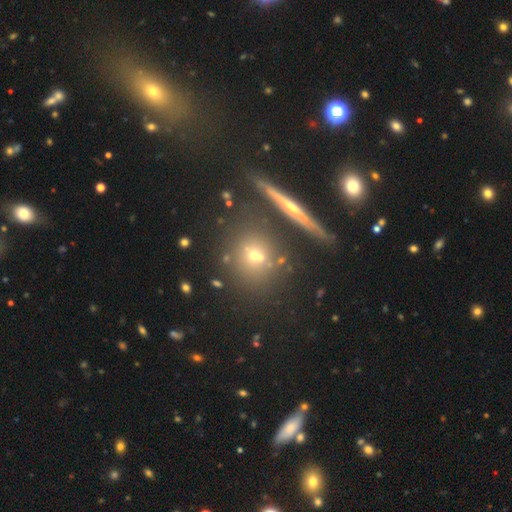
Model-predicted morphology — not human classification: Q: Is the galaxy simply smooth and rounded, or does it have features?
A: smooth — 52%.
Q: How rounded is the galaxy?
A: round — 78%.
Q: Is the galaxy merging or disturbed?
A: none — 73%.